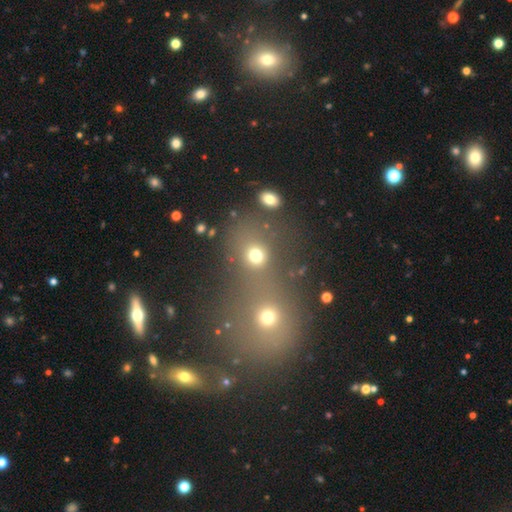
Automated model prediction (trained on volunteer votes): smooth 71%, star or artifact 19%, featured or disk 10%. Down the decision tree: how rounded — round (67%); merging — none (50%).